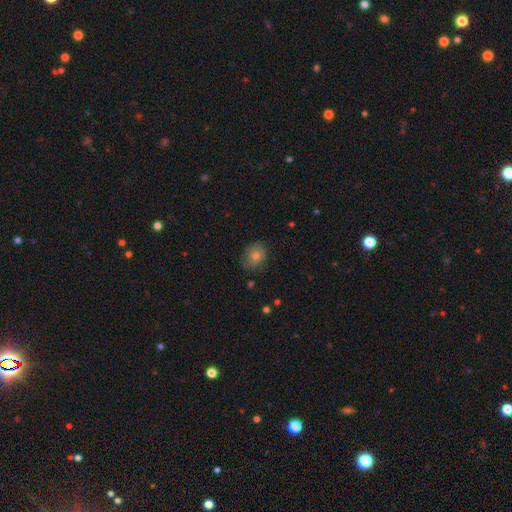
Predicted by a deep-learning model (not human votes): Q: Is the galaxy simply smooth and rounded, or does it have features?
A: smooth — 64%.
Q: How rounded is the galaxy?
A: round — 52%.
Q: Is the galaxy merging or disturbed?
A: none — 74%.